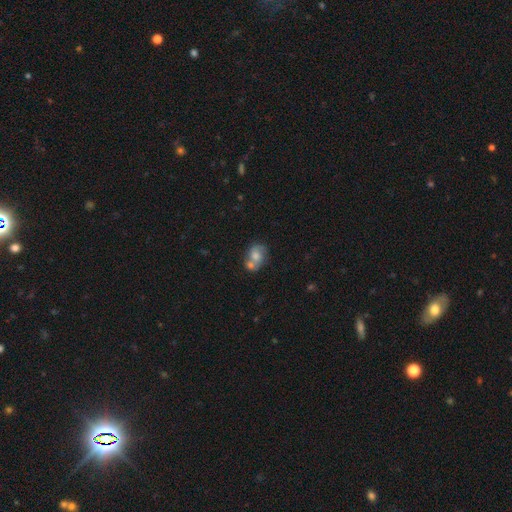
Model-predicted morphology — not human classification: A smooth galaxy with no disk features (58%) that is in between round and cigar-shaped (57%). Merging: merger (50%).